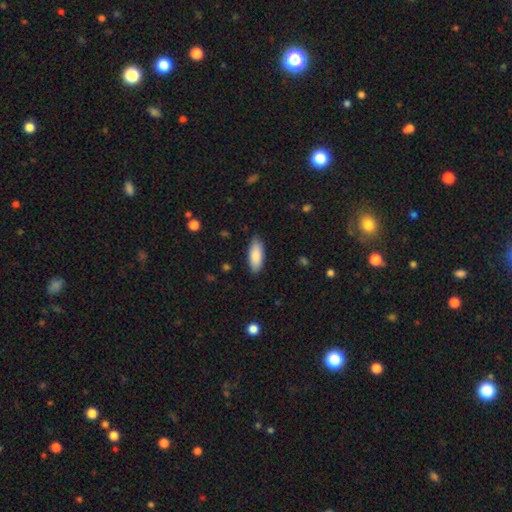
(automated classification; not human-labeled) smooth 87%, featured or disk 7%, star or artifact 6%. Down the decision tree: how rounded — in between (79%); merging — none (84%).